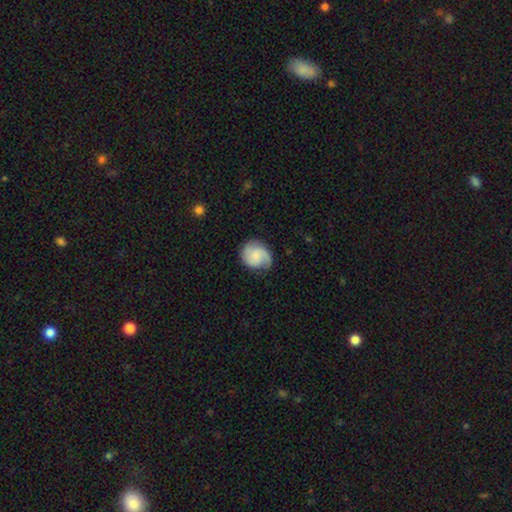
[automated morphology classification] A featured or disk galaxy (60%) with no bar (63%), 2 (61%) medium (43%) spiral arms (94%) and a small central bulge (41%).

Vote fractions:
- Smooth or featured? featured or disk: 60% / smooth: 33% / star or artifact: 7%
- Edge-on disk? no: 98% / yes: 2%
- Bar? no: 63% / weak: 33% / strong: 4%
- Spiral arms? yes: 94% / no: 6%
- Spiral winding? medium: 43% / tight: 38% / loose: 19%
- Spiral arm count? 2: 61% / 1: 22% / can't tell: 10% / 3: 4% / 4: 1% / more than 4: 1%
- Bulge size? small: 41% / none: 26% / moderate: 26% / large: 5% / dominant: 2%
- Merging? none: 68% / minor disturbance: 22% / major disturbance: 9% / merger: 1%